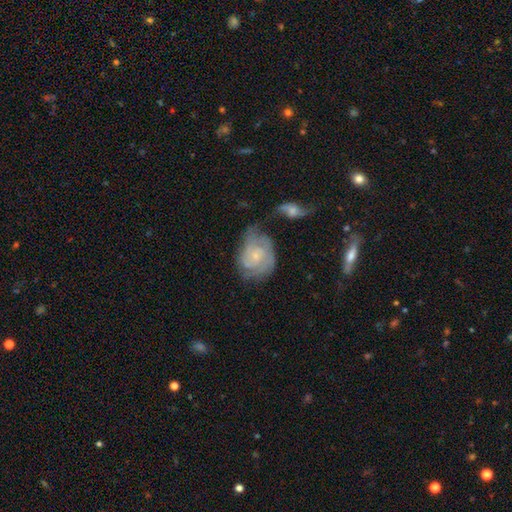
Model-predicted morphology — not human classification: A featured or disk galaxy (76%) with no bar (70%), 2 (41%) tight (54%) spiral arms (92%) and a small central bulge (73%).

Vote fractions:
- Smooth or featured? featured or disk: 76% / smooth: 17% / star or artifact: 6%
- Edge-on disk? no: 97% / yes: 3%
- Bar? no: 70% / weak: 27% / strong: 4%
- Spiral arms? yes: 92% / no: 8%
- Spiral winding? tight: 54% / medium: 34% / loose: 12%
- Spiral arm count? 2: 41% / can't tell: 29% / 3: 17% / 1: 5% / 4: 5% / more than 4: 4%
- Bulge size? small: 73% / moderate: 21% / none: 4% / large: 1% / dominant: 1%
- Merging? none: 45% / minor disturbance: 26% / major disturbance: 16% / merger: 12%